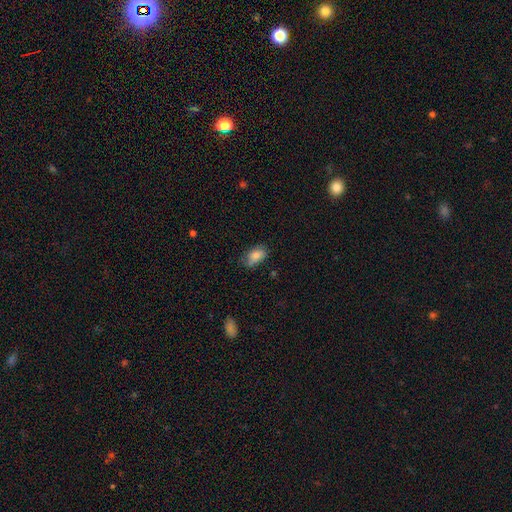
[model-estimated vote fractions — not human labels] Smooth or featured: smooth — 82% (featured or disk — 10%)
How rounded: in between — 90% (round — 7%)
Merging: none — 63% (minor disturbance — 28%)